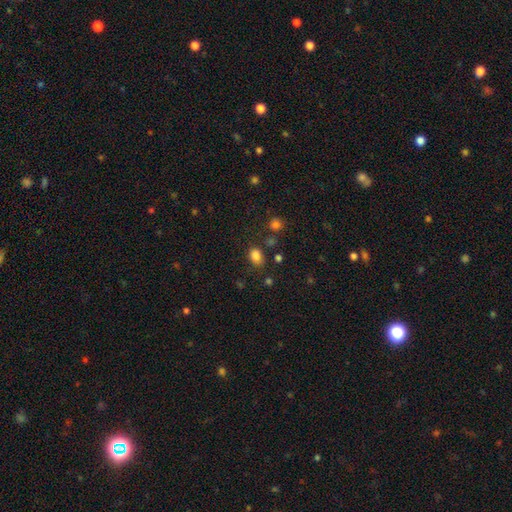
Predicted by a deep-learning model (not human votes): Smooth or featured: smooth — 82% (star or artifact — 13%)
How rounded: in between — 71% (round — 28%)
Merging: none — 74% (minor disturbance — 16%)